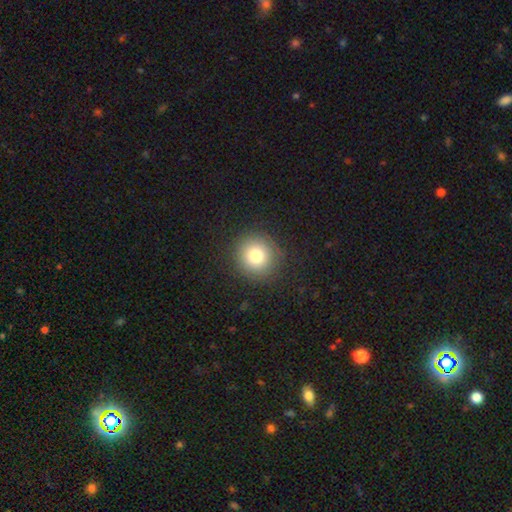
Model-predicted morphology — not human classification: A smooth galaxy with no disk features (80%) that is round (93%).

Vote fractions:
- Smooth or featured? smooth: 80% / star or artifact: 11% / featured or disk: 9%
- How rounded? round: 93% / in between: 6% / cigar-shaped: 1%
- Merging? none: 89% / minor disturbance: 7% / major disturbance: 3% / merger: 1%